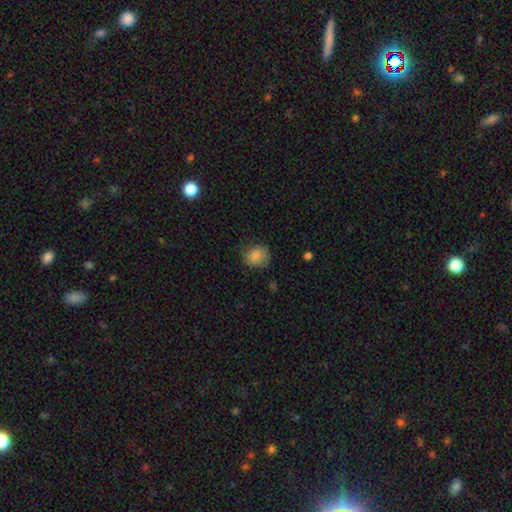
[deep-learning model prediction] A smooth galaxy with no disk features (82%) that is round (67%).

Vote fractions:
- Smooth or featured? smooth: 82% / star or artifact: 9% / featured or disk: 9%
- How rounded? round: 67% / in between: 32% / cigar-shaped: 1%
- Merging? none: 70% / minor disturbance: 22% / major disturbance: 6% / merger: 1%